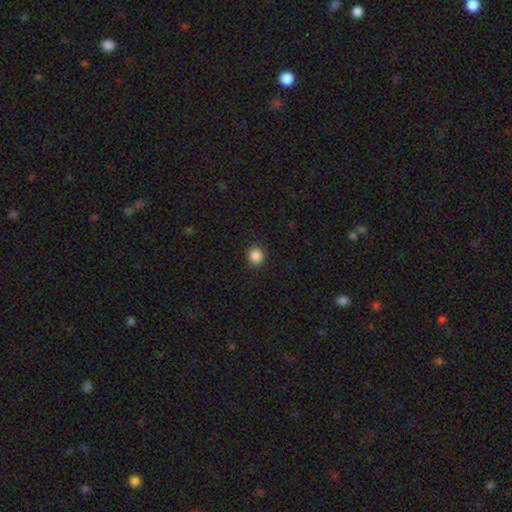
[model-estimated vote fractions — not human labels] Morphology: type=smooth (87%); roundness=round (91%); merging=none (91%).